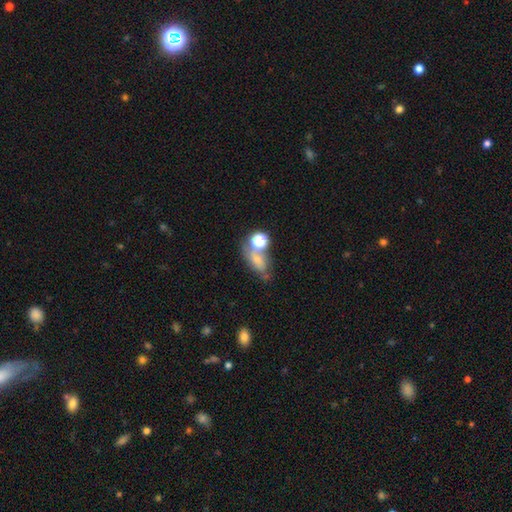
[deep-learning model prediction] The model was most divided on "merging": none: 40%, merger: 29%, minor disturbance: 18%, major disturbance: 13%. More confident: how rounded — in between (63%); smooth or featured — smooth (54%).